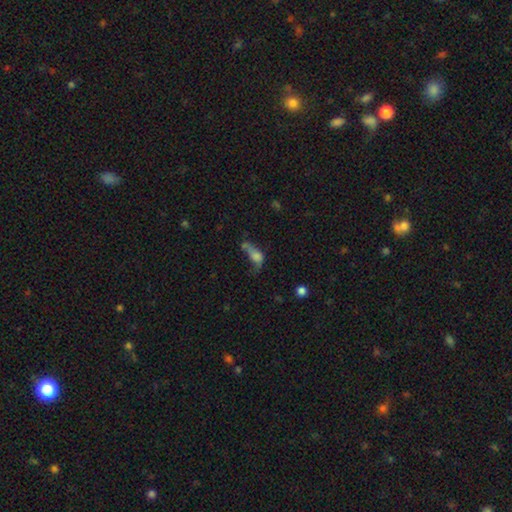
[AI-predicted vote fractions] This appears to be a smooth galaxy with no disk features (59%) that is in between round and cigar-shaped (71%). Merging: major disturbance (46%).